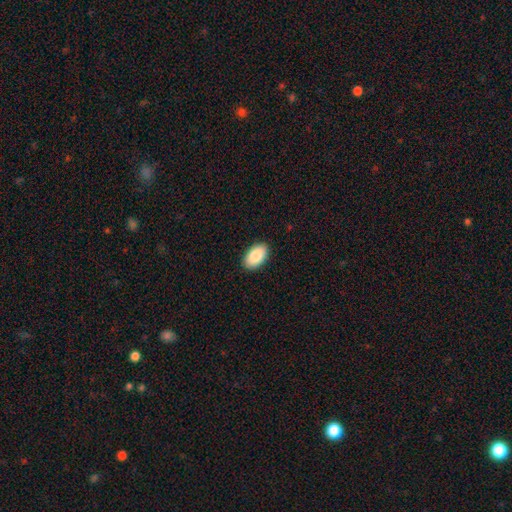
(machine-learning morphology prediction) Q: Smooth or featured?
A: smooth (86%); runner-up: featured or disk (7%)
Q: How rounded?
A: in between (94%); runner-up: round (4%)
Q: Merging?
A: none (90%); runner-up: minor disturbance (8%)